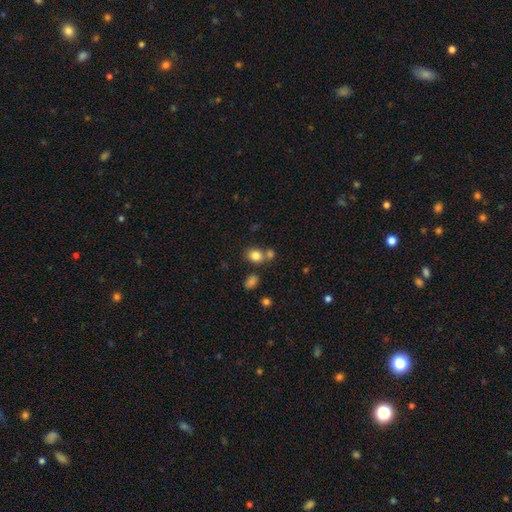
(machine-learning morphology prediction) Smooth or featured? Predicted: smooth (p=0.82). How rounded? Predicted: round (p=0.60). Merging? Predicted: none (p=0.60).